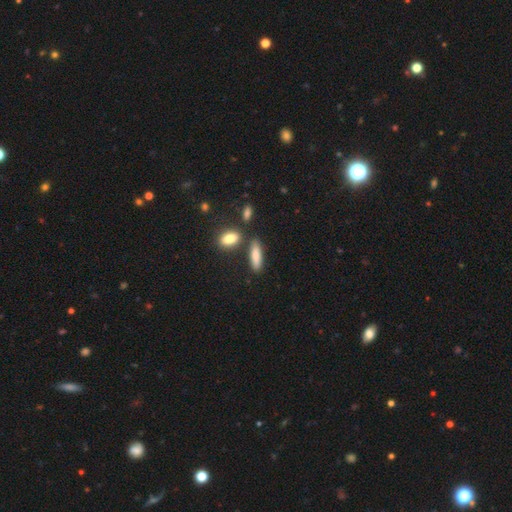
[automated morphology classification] Q: Smooth or featured?
A: smooth (80%); runner-up: featured or disk (13%)
Q: How rounded?
A: cigar-shaped (57%); runner-up: in between (40%)
Q: Merging?
A: none (75%); runner-up: minor disturbance (11%)